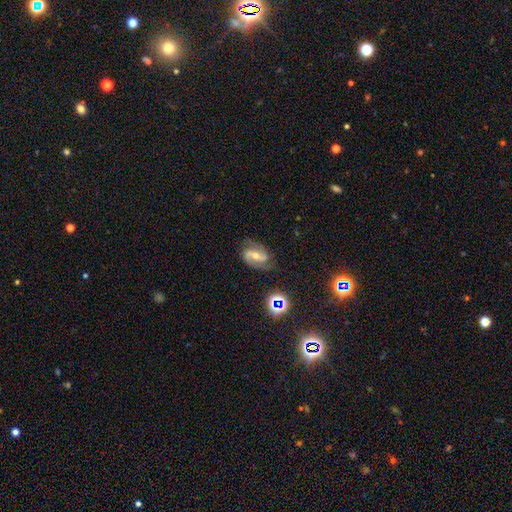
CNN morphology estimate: featured or disk 84%, star or artifact 9%, smooth 8%. Down the decision tree: edge-on disk — no (97%); bar — strong (42%); spiral arms — yes (96%); spiral arm count — 2 (91%); spiral winding — medium (52%); bulge size — moderate (52%); merging — none (78%).